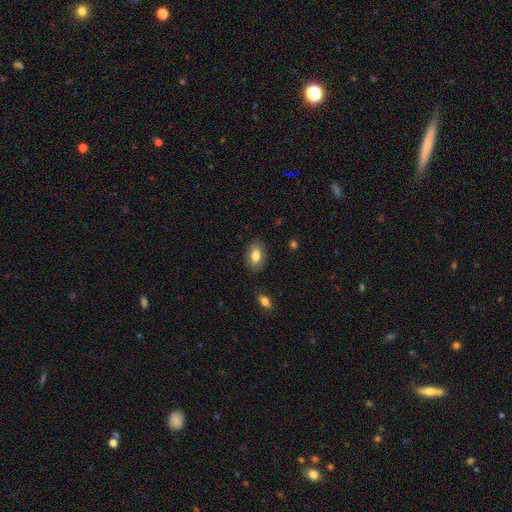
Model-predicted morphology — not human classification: A smooth galaxy with no disk features (78%) that is in between round and cigar-shaped (89%).

Vote fractions:
- Smooth or featured? smooth: 78% / featured or disk: 14% / star or artifact: 7%
- How rounded? in between: 89% / round: 10% / cigar-shaped: 2%
- Merging? none: 83% / minor disturbance: 12% / major disturbance: 3% / merger: 1%